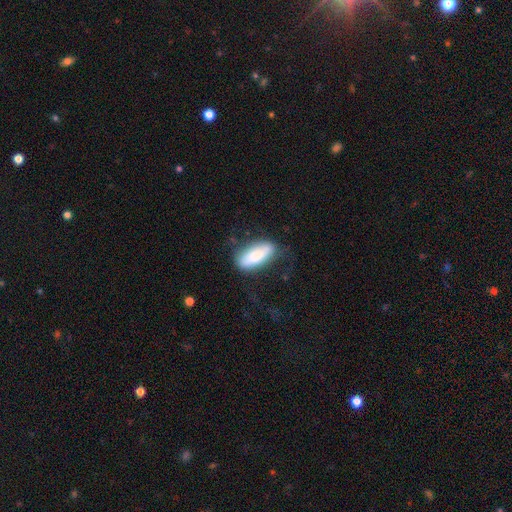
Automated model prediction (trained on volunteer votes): This is likely a smooth galaxy (78%). How rounded: likely in between (76%). Merging: likely none (65%).